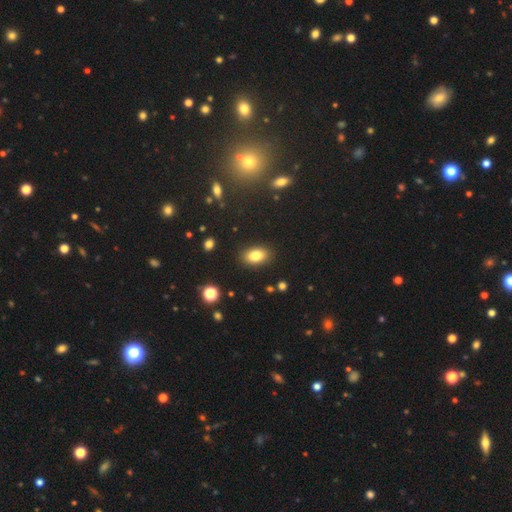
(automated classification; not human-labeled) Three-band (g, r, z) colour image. It shows a smooth galaxy with no disk features (81%) that is in between round and cigar-shaped (87%). Merging: none (87%).